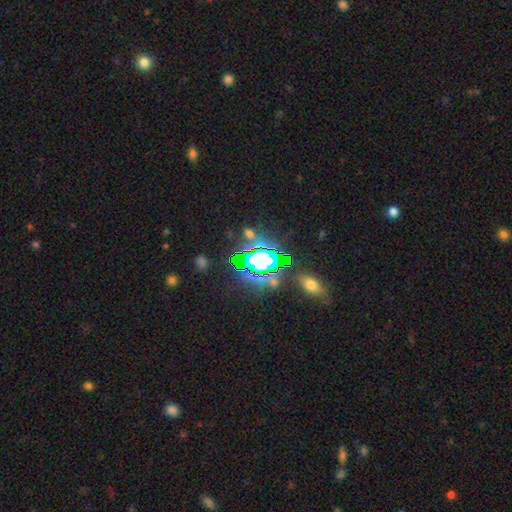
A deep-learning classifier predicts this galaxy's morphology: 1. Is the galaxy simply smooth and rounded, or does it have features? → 68% star or artifact, 19% smooth, 13% featured or disk.